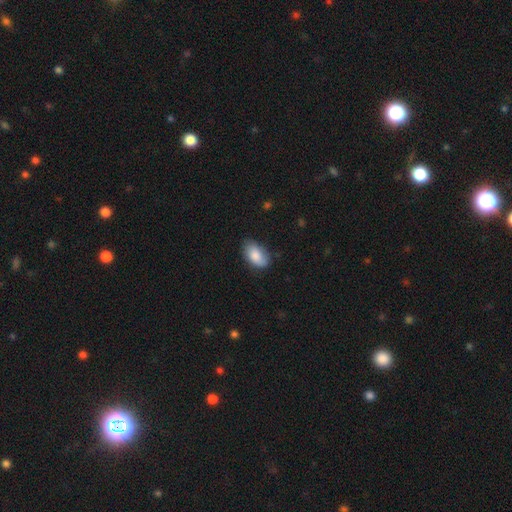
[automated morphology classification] Smooth or featured?
  - smooth: 83% *
  - featured or disk: 11%
  - star or artifact: 6%
How rounded?
  - in between: 94% *
  - round: 5%
  - cigar-shaped: 2%
Merging?
  - none: 73% *
  - minor disturbance: 21%
  - major disturbance: 4%
  - merger: 1%